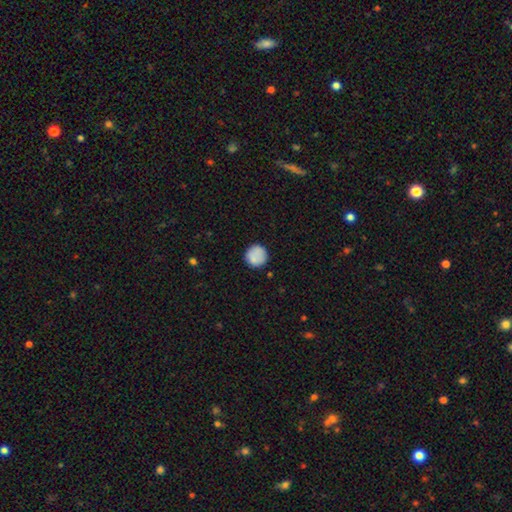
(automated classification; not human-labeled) Q: Smooth or featured?
A: smooth (84%); runner-up: featured or disk (8%)
Q: How rounded?
A: round (94%); runner-up: in between (5%)
Q: Merging?
A: none (82%); runner-up: minor disturbance (12%)